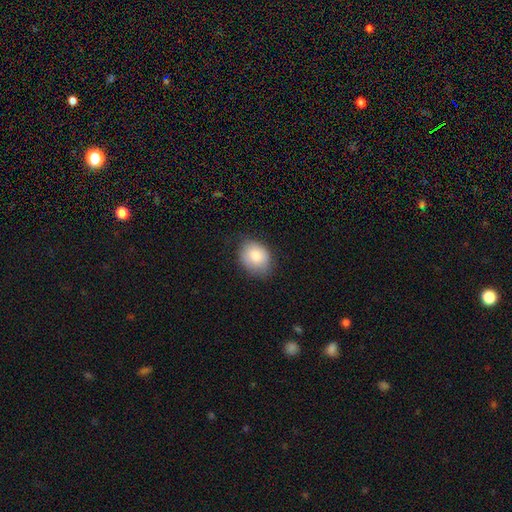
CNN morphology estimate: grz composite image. It shows a smooth galaxy with no disk features (81%) that is in between round and cigar-shaped (54%). Merging: none (72%).